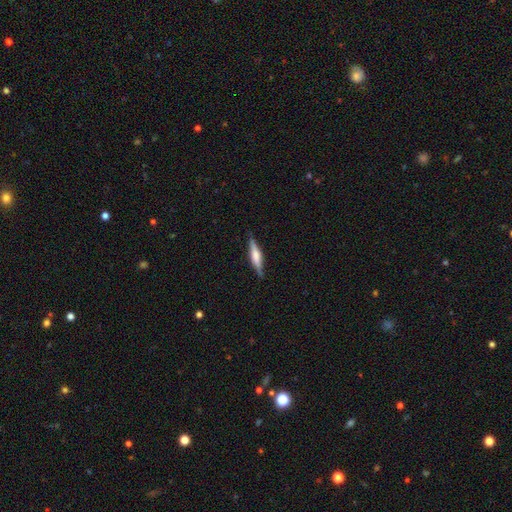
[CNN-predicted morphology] Smooth or featured?
  - featured or disk: 55% *
  - smooth: 39%
  - star or artifact: 6%
Edge-on disk?
  - yes: 97% *
  - no: 3%
Edge-on bulge?
  - rounded: 60% *
  - boxy: 30%
  - none: 10%
Merging?
  - none: 87% *
  - minor disturbance: 10%
  - major disturbance: 2%
  - merger: 1%